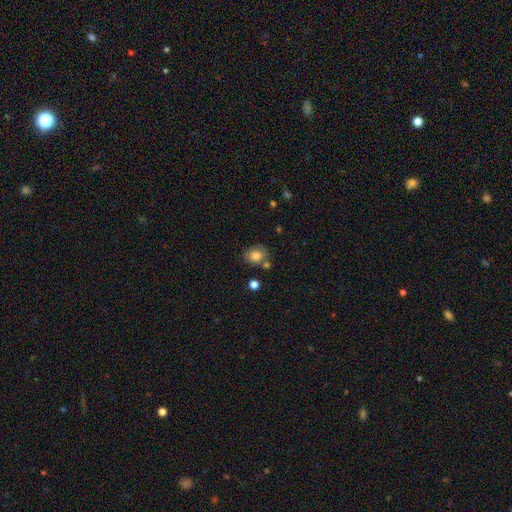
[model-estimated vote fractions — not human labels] smooth_or_featured: smooth (p=0.80) [alt: featured or disk p=0.10]
how_rounded: round (p=0.65) [alt: in between p=0.34]
merging: none (p=0.64) [alt: minor disturbance p=0.20]